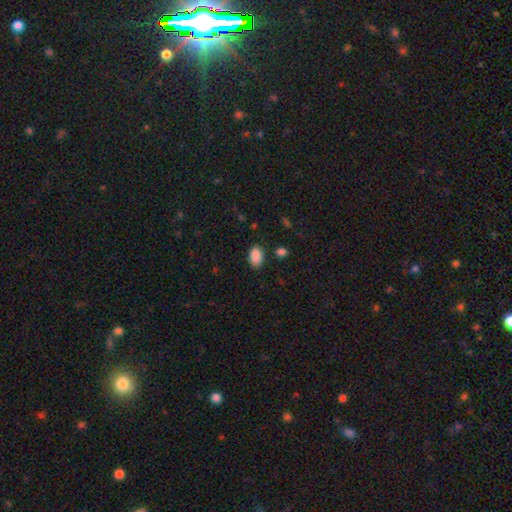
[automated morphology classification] A smooth galaxy with no disk features (89%) that is in between round and cigar-shaped (91%).

Vote fractions:
- Smooth or featured? smooth: 89% / star or artifact: 8% / featured or disk: 3%
- How rounded? in between: 91% / round: 7% / cigar-shaped: 1%
- Merging? none: 84% / minor disturbance: 11% / major disturbance: 3% / merger: 2%